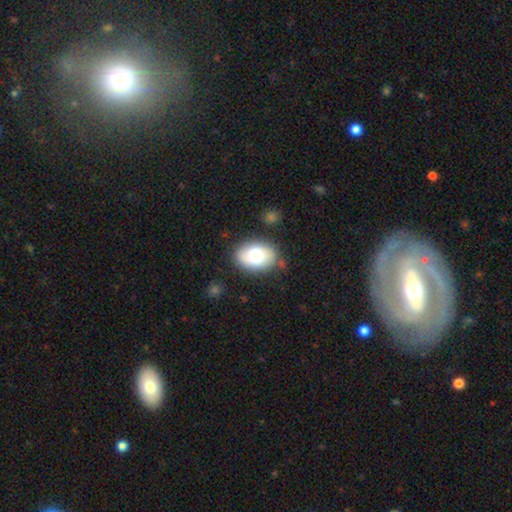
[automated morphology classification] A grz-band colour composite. It shows a smooth galaxy with no disk features (73%) that is in between round and cigar-shaped (80%). Merging: none (81%).